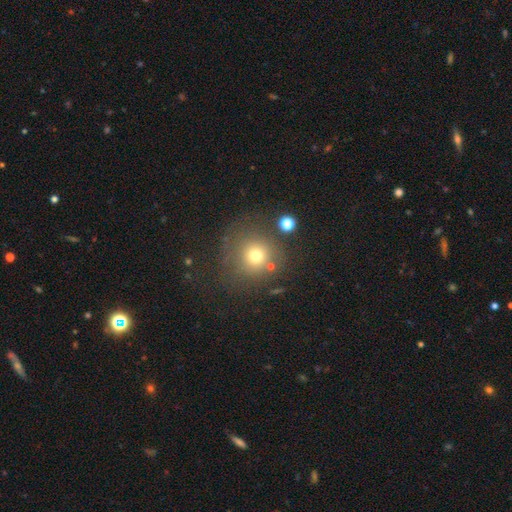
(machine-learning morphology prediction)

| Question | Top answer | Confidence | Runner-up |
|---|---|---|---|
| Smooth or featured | smooth | 71% | star or artifact (17%) |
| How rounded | round | 91% | in between (8%) |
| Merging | none | 74% | minor disturbance (13%) |